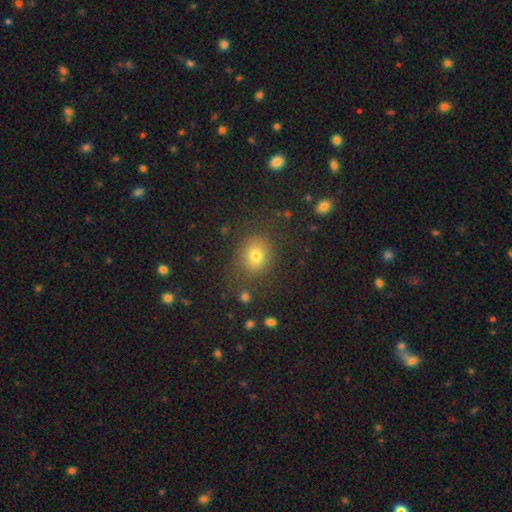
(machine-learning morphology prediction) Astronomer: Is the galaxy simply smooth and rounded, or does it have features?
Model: smooth — 75%.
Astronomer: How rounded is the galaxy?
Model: round — 69%.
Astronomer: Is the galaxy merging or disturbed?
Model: none — 81%.